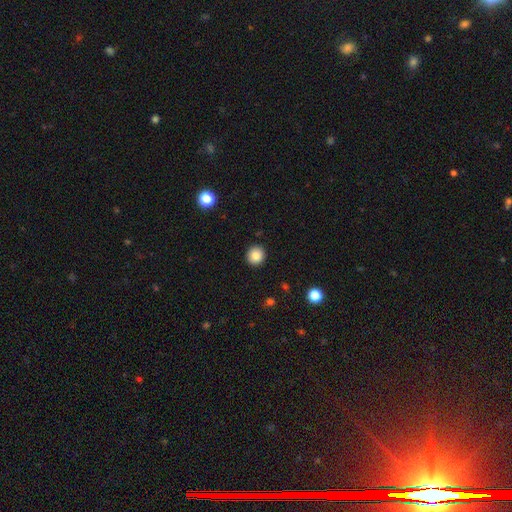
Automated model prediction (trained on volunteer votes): The model was most divided on "smooth or featured": smooth: 85%, star or artifact: 9%, featured or disk: 5%. More confident: merging — none (92%); how rounded — round (90%).